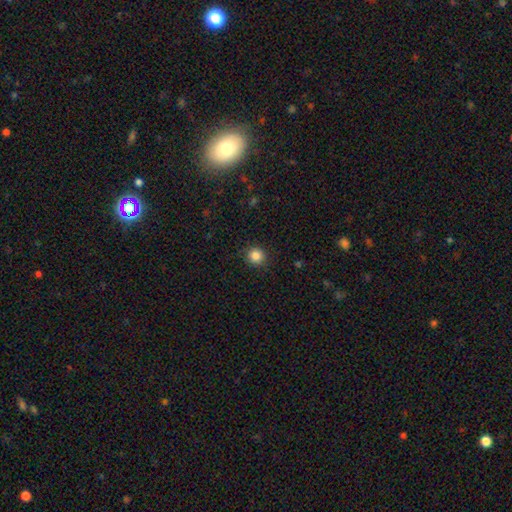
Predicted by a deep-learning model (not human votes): The model was most divided on "smooth or featured": smooth: 85%, star or artifact: 11%, featured or disk: 4%. More confident: how rounded — round (92%); merging — none (89%).